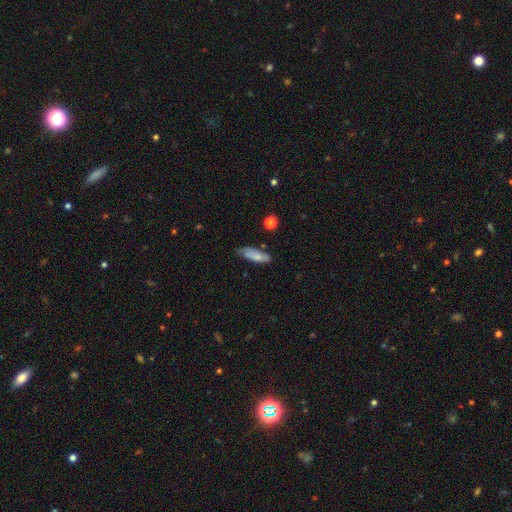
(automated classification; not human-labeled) Smooth or featured? Predicted: smooth (p=0.72). How rounded? Predicted: in between (p=0.57). Merging? Predicted: none (p=0.64).